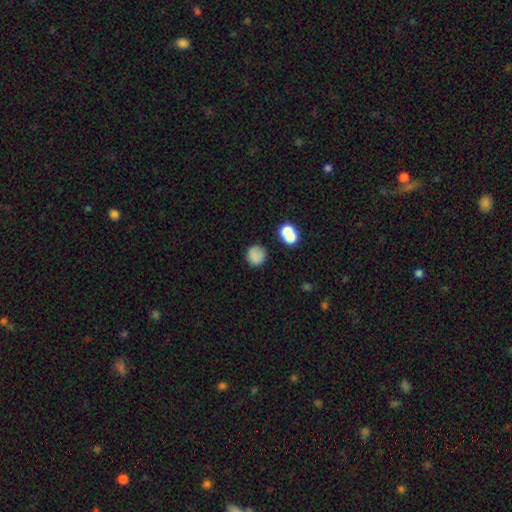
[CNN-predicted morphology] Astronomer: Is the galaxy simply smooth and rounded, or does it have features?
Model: smooth — 81%.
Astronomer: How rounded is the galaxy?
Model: round — 89%.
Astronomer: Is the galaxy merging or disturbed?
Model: none — 78%.